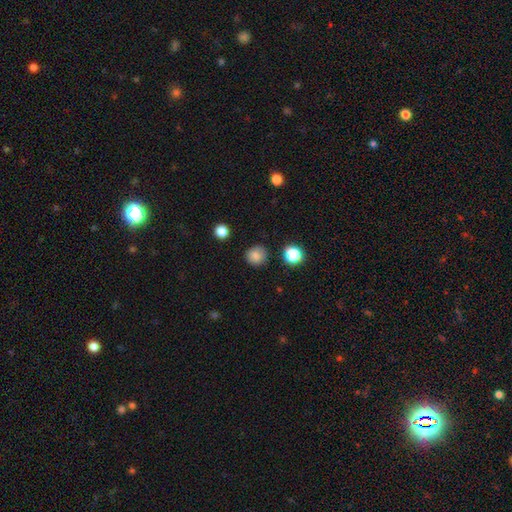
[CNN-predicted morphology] Smooth or featured?
  - smooth: 83% *
  - star or artifact: 12%
  - featured or disk: 5%
How rounded?
  - round: 88% *
  - in between: 11%
  - cigar-shaped: 1%
Merging?
  - none: 85% *
  - minor disturbance: 10%
  - major disturbance: 3%
  - merger: 2%